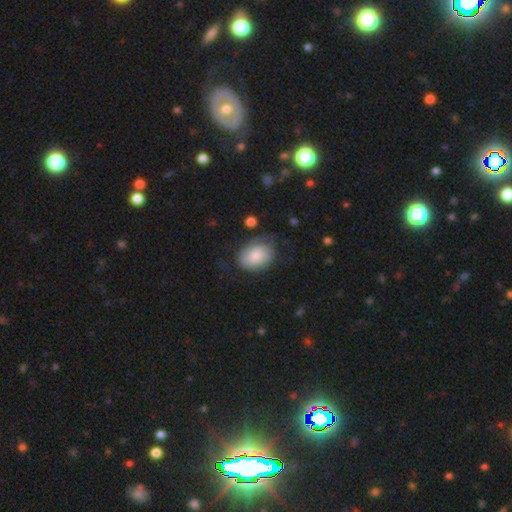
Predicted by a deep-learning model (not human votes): Smooth or featured?
  - smooth: 72% *
  - featured or disk: 21%
  - star or artifact: 7%
How rounded?
  - in between: 76% *
  - round: 23%
  - cigar-shaped: 1%
Merging?
  - none: 56% *
  - minor disturbance: 29%
  - major disturbance: 13%
  - merger: 2%